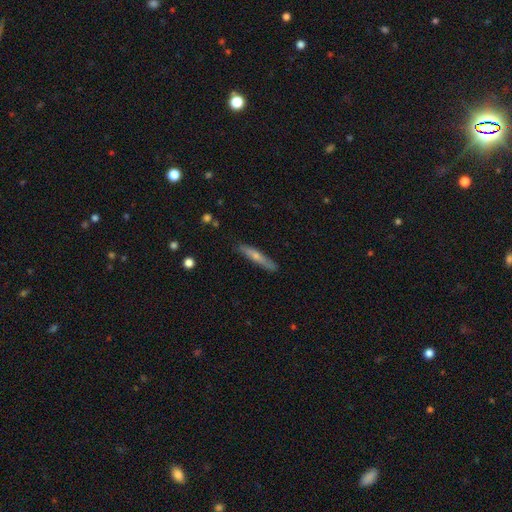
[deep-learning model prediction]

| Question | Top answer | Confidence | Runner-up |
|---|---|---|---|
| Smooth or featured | featured or disk | 49% | smooth (44%) |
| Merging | none | 86% | minor disturbance (11%) |